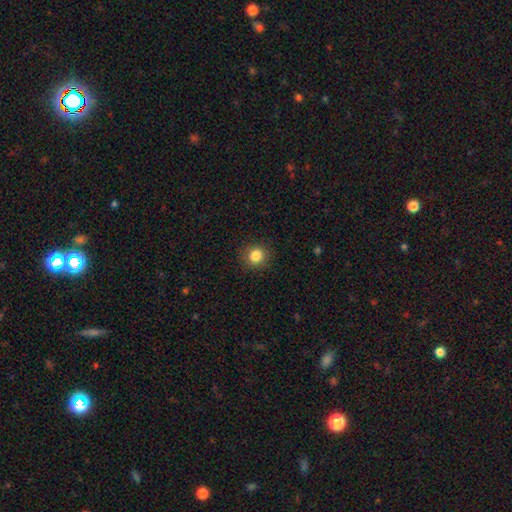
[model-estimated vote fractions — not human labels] Overall: smooth (85%). How rounded: round (85%). Merging: none (88%).